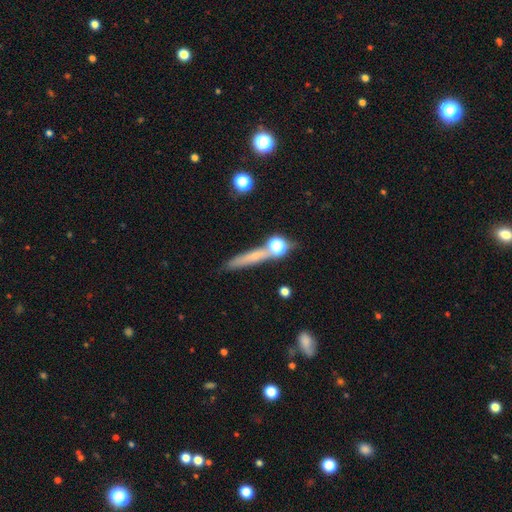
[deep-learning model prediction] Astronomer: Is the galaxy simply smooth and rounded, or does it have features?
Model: smooth — 53% (runner-up: featured or disk, 33%).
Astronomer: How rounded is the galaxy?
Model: cigar-shaped — 81%.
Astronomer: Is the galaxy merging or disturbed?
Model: none — 70%.